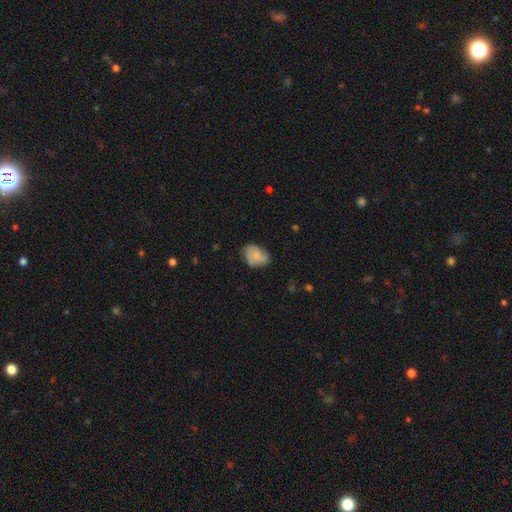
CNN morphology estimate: type=smooth (57%); roundness=in between (69%); merging=none (60%).